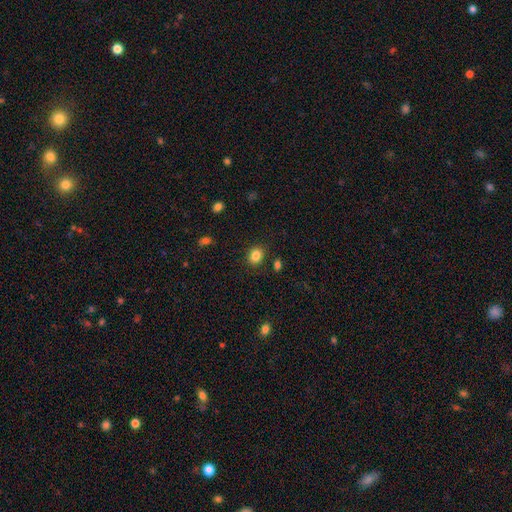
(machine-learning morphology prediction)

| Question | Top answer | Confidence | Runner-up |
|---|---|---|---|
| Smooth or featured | smooth | 85% | star or artifact (10%) |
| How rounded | round | 55% | in between (45%) |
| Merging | none | 86% | minor disturbance (9%) |